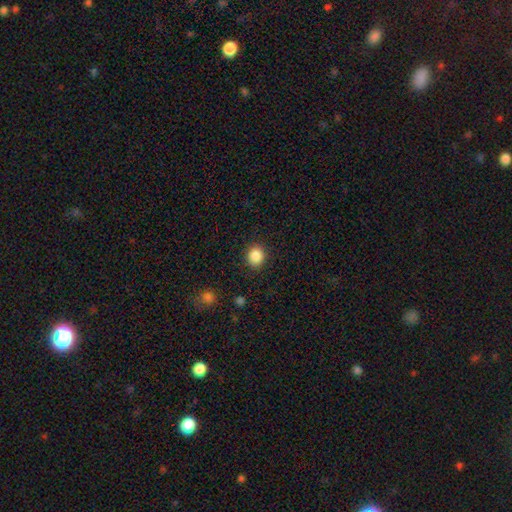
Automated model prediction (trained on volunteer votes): Overall: smooth (87%). How rounded: round (81%). Merging: none (89%).